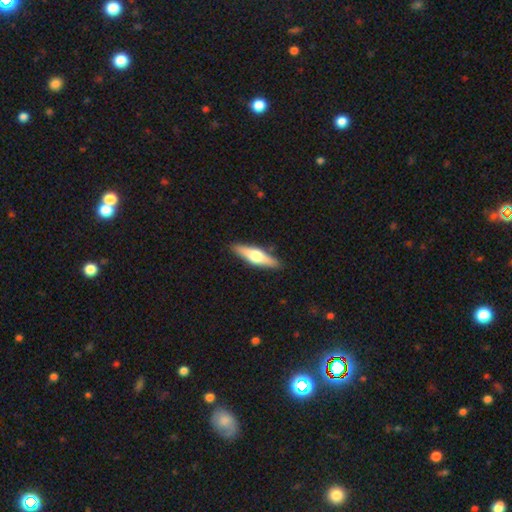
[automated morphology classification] Smooth or featured?
  - featured or disk: 54% *
  - smooth: 41%
  - star or artifact: 5%
Edge-on disk?
  - yes: 94% *
  - no: 6%
Edge-on bulge?
  - rounded: 93% *
  - boxy: 4%
  - none: 2%
Merging?
  - none: 89% *
  - minor disturbance: 8%
  - major disturbance: 2%
  - merger: 1%